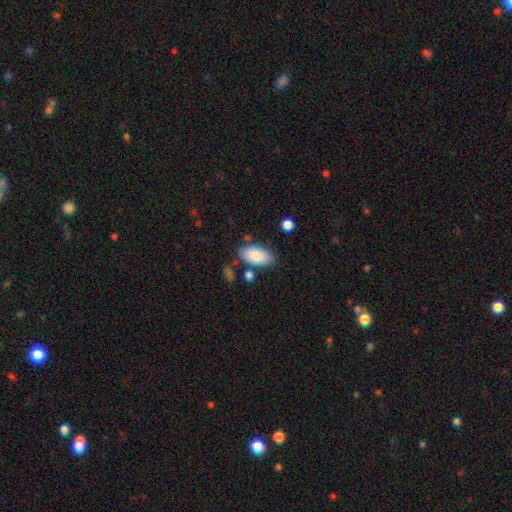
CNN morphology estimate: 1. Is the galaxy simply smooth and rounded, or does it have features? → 83% smooth, 11% featured or disk, 6% star or artifact.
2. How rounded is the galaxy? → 94% in between, 3% cigar-shaped, 3% round.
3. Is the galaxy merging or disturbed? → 77% none, 14% minor disturbance, 6% merger, 3% major disturbance.